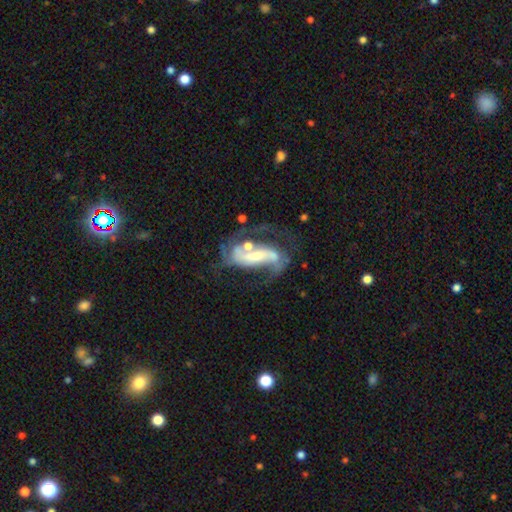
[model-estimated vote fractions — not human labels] A featured or disk galaxy (83%) with a strong bar (46%), 2 (77%) loose (42%, tied with medium) spiral arms (90%) and a small central bulge (43%).

Vote fractions:
- Smooth or featured? featured or disk: 83% / smooth: 11% / star or artifact: 7%
- Edge-on disk? no: 93% / yes: 7%
- Bar? strong: 46% / weak: 32% / no: 23%
- Spiral arms? yes: 90% / no: 10%
- Spiral winding? loose: 42% (tied) / medium: 42% (tied) / tight: 16%
- Spiral arm count? 2: 77% / can't tell: 9% / 1: 7% / 3: 4% / 4: 2% / more than 4: 1%
- Bulge size? small: 43% / moderate: 42% / large: 7% / none: 6% / dominant: 2%
- Merging? none: 40% / major disturbance: 27% / minor disturbance: 17% / merger: 16%